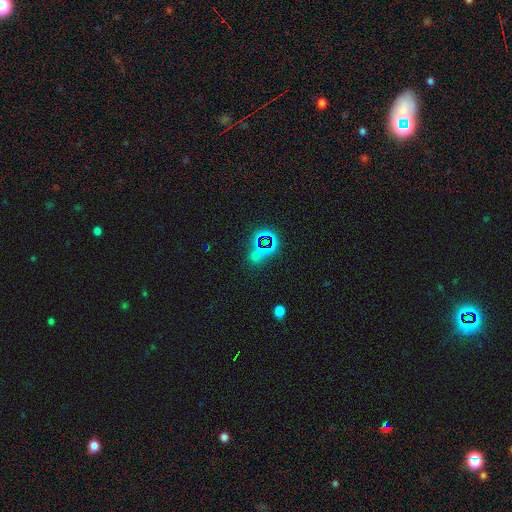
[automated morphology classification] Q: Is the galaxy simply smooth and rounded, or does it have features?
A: star or artifact — 60%.